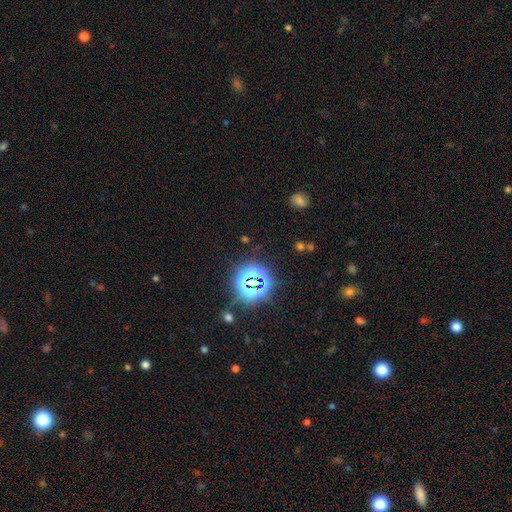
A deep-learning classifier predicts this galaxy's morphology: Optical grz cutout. It shows a star or artifact, not a galaxy (81%).